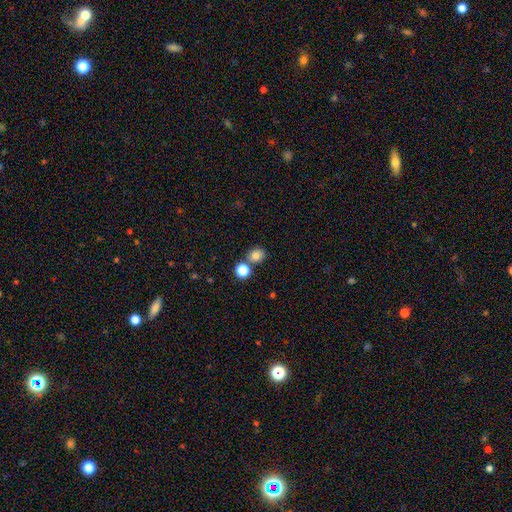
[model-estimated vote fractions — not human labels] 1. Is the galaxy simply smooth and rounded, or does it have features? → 82% smooth, 13% star or artifact, 6% featured or disk.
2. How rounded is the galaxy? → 75% round, 24% in between, 1% cigar-shaped.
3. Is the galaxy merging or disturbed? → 69% none, 20% merger, 8% minor disturbance, 3% major disturbance.